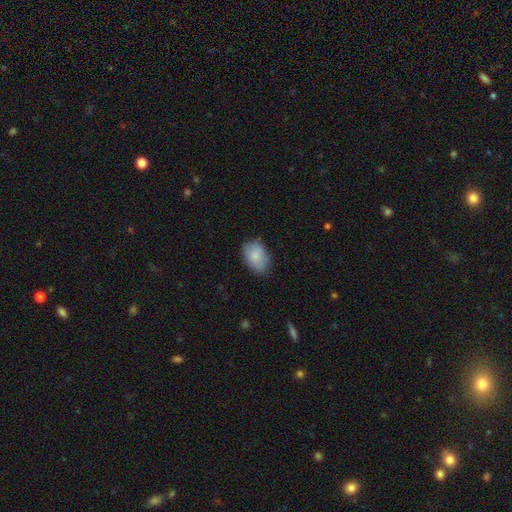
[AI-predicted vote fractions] Smooth or featured: smooth — 84% (featured or disk — 10%)
How rounded: in between — 84% (round — 15%)
Merging: none — 71% (minor disturbance — 23%)